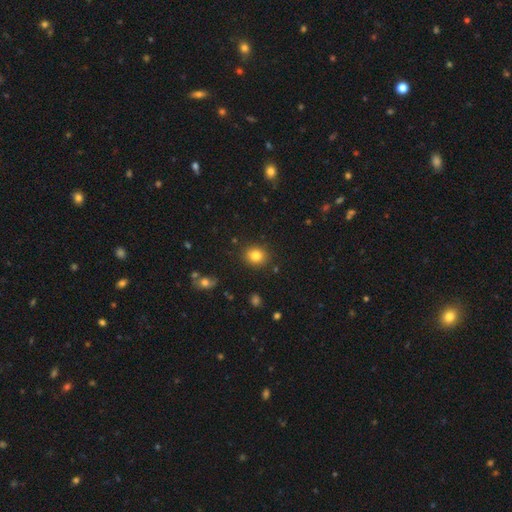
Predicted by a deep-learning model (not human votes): Smooth or featured: smooth — 82% (star or artifact — 11%)
How rounded: round — 71% (in between — 28%)
Merging: none — 88% (minor disturbance — 8%)